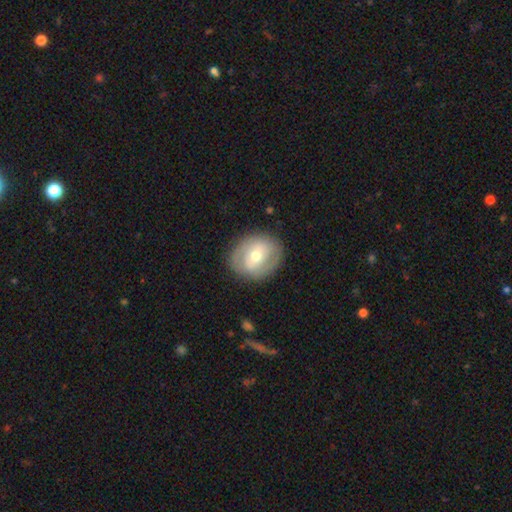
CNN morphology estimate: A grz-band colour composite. It shows a featured or disk galaxy (52%). Merging: none (82%).